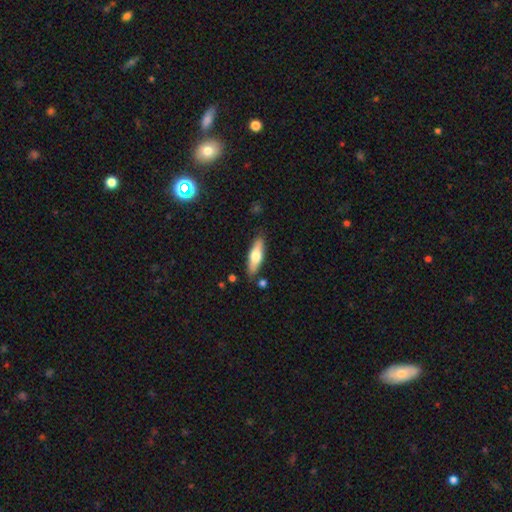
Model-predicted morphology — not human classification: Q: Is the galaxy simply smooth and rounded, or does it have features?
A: smooth — 59%.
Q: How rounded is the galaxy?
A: cigar-shaped — 52%.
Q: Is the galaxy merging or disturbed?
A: none — 83%.